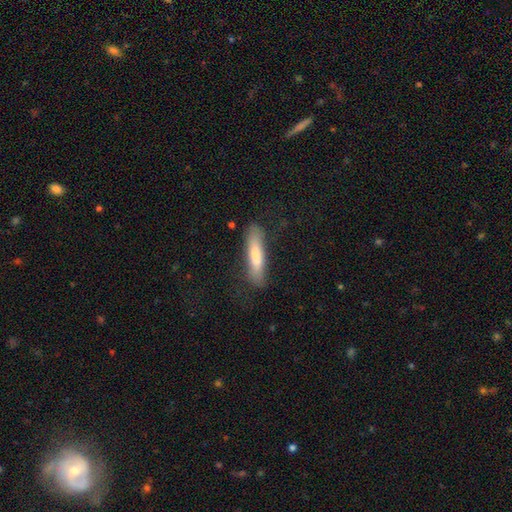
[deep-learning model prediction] A smooth galaxy with no disk features (68%) that is cigar-shaped (83%).

Vote fractions:
- Smooth or featured? smooth: 68% / featured or disk: 25% / star or artifact: 7%
- How rounded? cigar-shaped: 83% / in between: 15% / round: 1%
- Merging? none: 78% / minor disturbance: 16% / major disturbance: 5% / merger: 2%